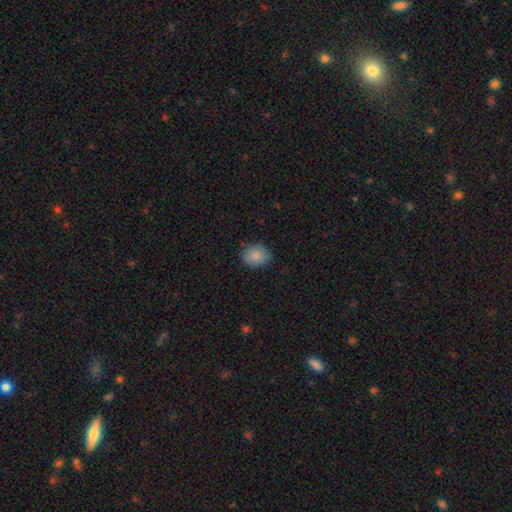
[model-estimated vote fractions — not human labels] Smooth or featured? smooth (87%)
How rounded? round (55%)
Merging? none (85%)